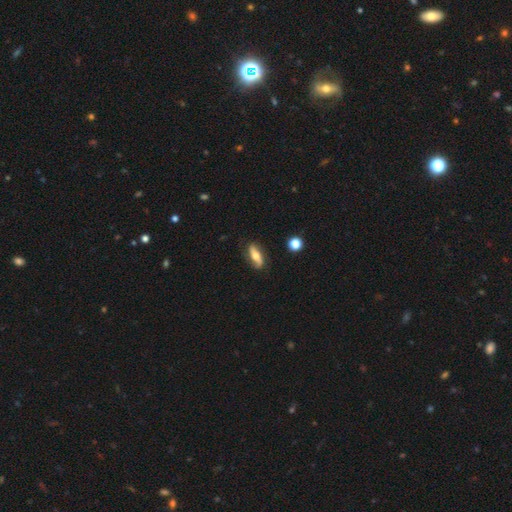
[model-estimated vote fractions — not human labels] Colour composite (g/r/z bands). It shows a featured or disk galaxy (55%). Merging: none (80%).